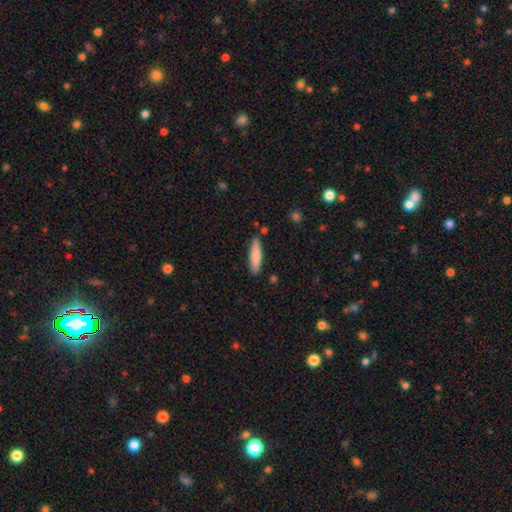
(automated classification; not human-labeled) Overall: smooth (80%). How rounded: cigar-shaped (76%). Merging: none (85%).